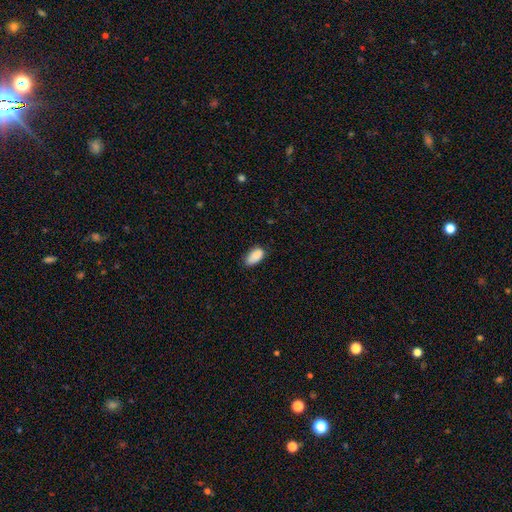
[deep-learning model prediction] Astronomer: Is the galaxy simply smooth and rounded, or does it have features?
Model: smooth — 87%.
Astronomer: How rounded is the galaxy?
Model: in between — 93%.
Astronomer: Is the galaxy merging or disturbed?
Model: none — 66%.